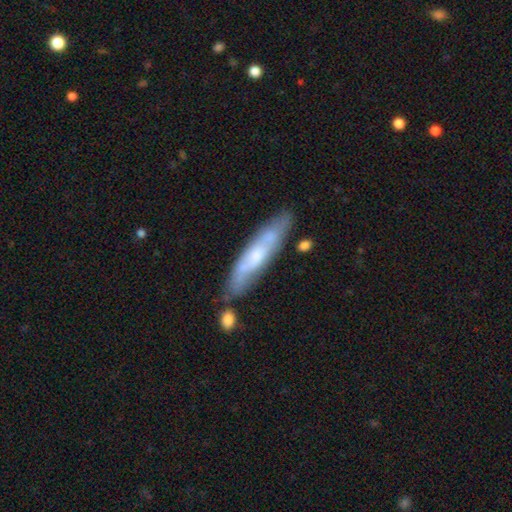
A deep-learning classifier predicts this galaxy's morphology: The model was most divided on "smooth or featured": featured or disk: 48%, smooth: 46%, star or artifact: 6%. More confident: merging — none (66%).